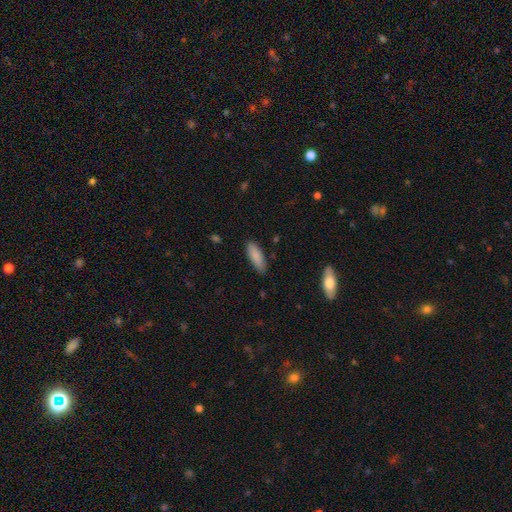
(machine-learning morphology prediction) smooth_or_featured: smooth (p=0.88) [alt: featured or disk p=0.06]
how_rounded: in between (p=0.62) [alt: cigar-shaped p=0.37]
merging: none (p=0.84) [alt: minor disturbance p=0.12]